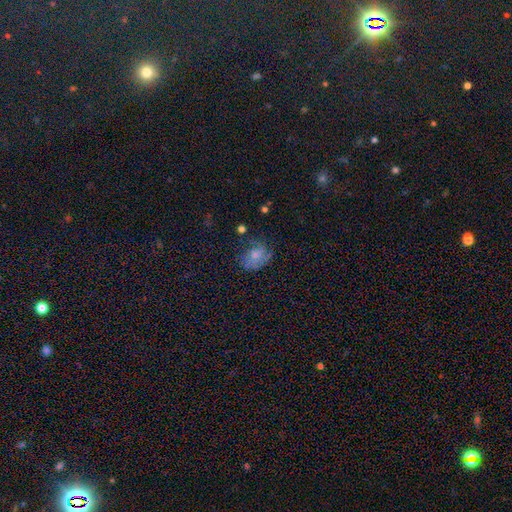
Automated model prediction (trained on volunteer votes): smooth 63%, featured or disk 24%, star or artifact 13%. Down the decision tree: how rounded — in between (59%); merging — none (54%).